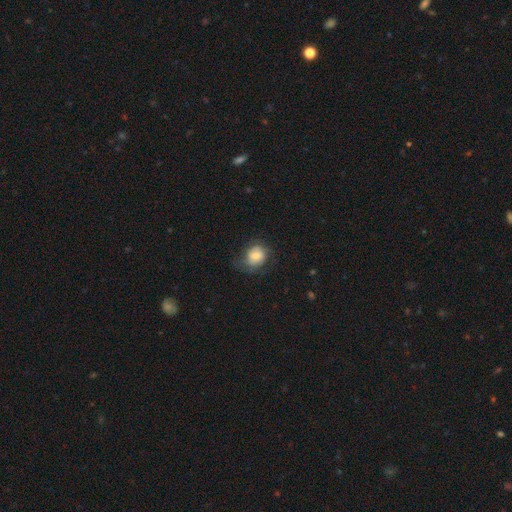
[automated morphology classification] Smooth or featured: smooth — 67% (featured or disk — 24%)
How rounded: round — 67% (in between — 32%)
Merging: none — 53% (minor disturbance — 27%)